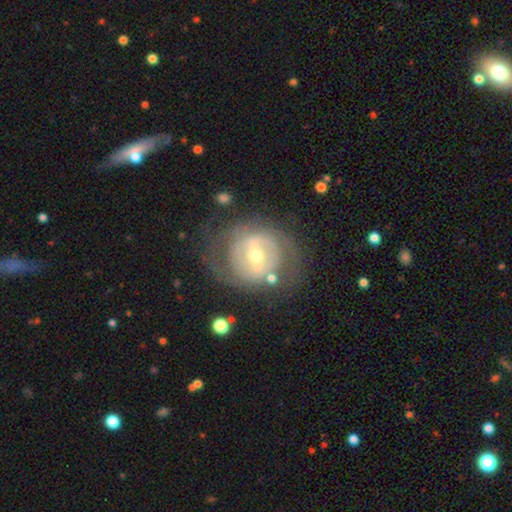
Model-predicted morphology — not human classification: Smooth or featured? Predicted: featured or disk (p=0.80). Edge-on disk? Predicted: no (p=0.96). Bar? Predicted: strong (p=0.42, tied with weak). Spiral arms? Predicted: yes (p=0.74). Spiral winding? Predicted: tight (p=0.51). Spiral arm count? Predicted: 2 (p=0.53). Bulge size? Predicted: moderate (p=0.48). Merging? Predicted: none (p=0.68).